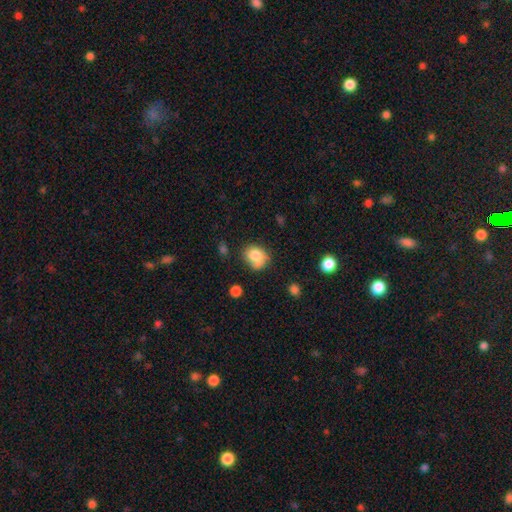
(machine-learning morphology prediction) smooth 79%, featured or disk 11%, star or artifact 10%. Down the decision tree: how rounded — round (59%); merging — none (52%).